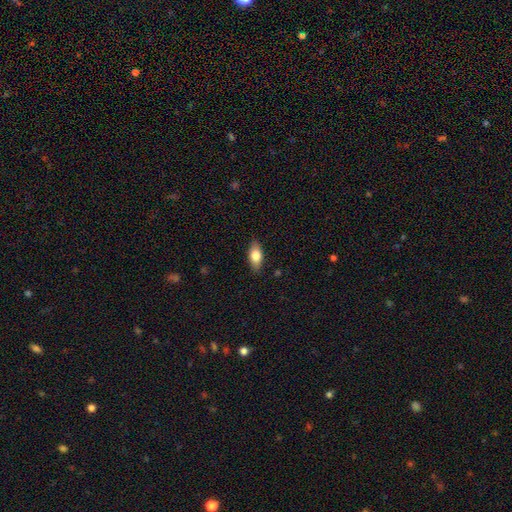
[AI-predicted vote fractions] A smooth galaxy with no disk features (74%) that is in between round and cigar-shaped (85%). Merging: none (86%).